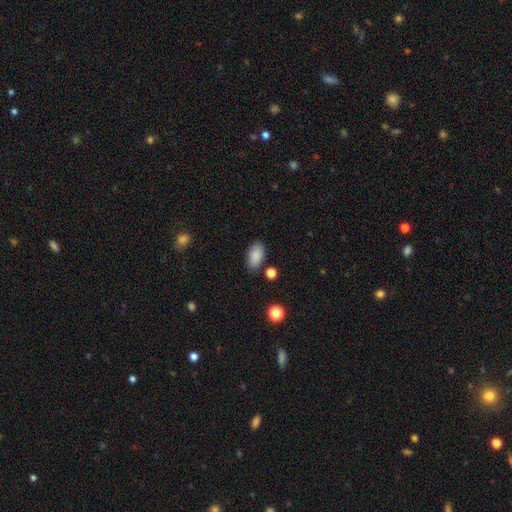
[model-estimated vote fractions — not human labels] Smooth or featured: smooth — 88% (star or artifact — 8%)
How rounded: in between — 93% (round — 5%)
Merging: none — 82% (minor disturbance — 11%)